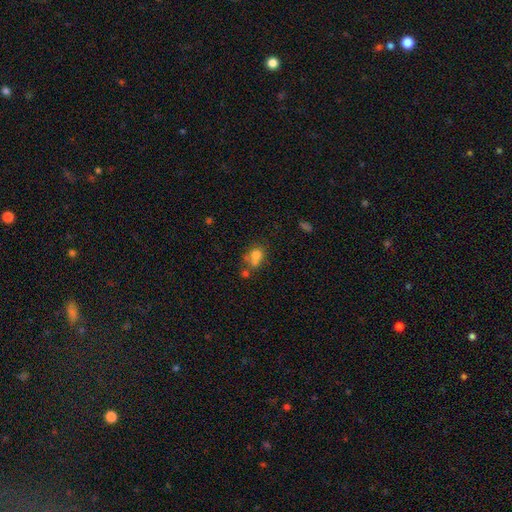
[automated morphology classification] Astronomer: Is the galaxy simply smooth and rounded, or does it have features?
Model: smooth — 71%.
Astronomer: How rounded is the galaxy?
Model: round — 55% (runner-up: in between, 43%).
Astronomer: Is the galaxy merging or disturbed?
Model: merger — 41% (runner-up: none, 38%).